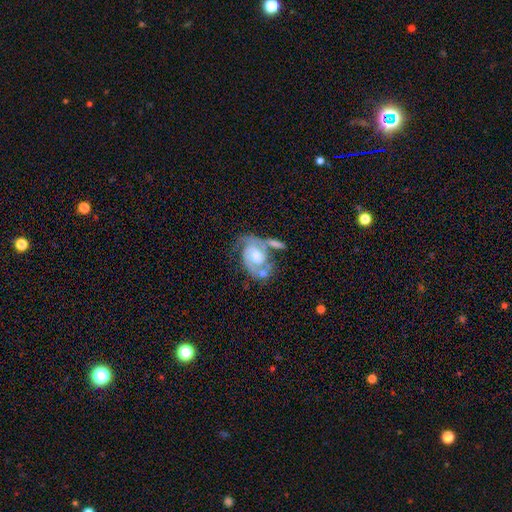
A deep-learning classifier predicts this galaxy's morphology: smooth_or_featured: featured or disk (p=0.85) [alt: smooth p=0.10]
disk_edge_on: no (p=0.97) [alt: yes p=0.03]
bar: no (p=0.61) [alt: weak p=0.32]
has_spiral_arms: yes (p=0.95) [alt: no p=0.05]
spiral_winding: medium (p=0.45) [alt: tight p=0.44]
spiral_arm_count: 2 (p=0.79) [alt: 1 p=0.07]
bulge_size: moderate (p=0.58) [alt: small p=0.21]
merging: none (p=0.40) [alt: merger p=0.27]